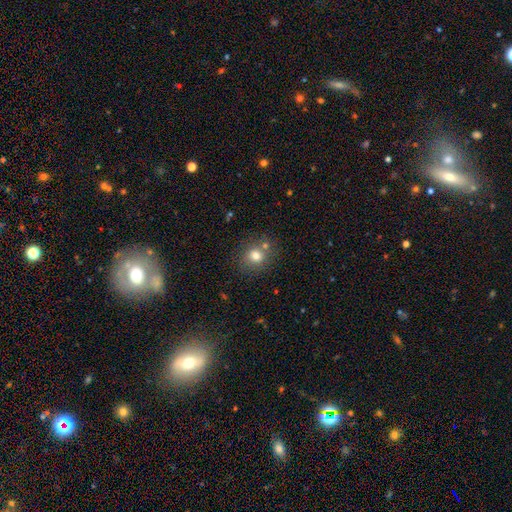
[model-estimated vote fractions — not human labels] The model was most divided on "how rounded": round: 77%, in between: 22%, cigar-shaped: 1%. More confident: smooth or featured — smooth (77%); merging — none (71%).